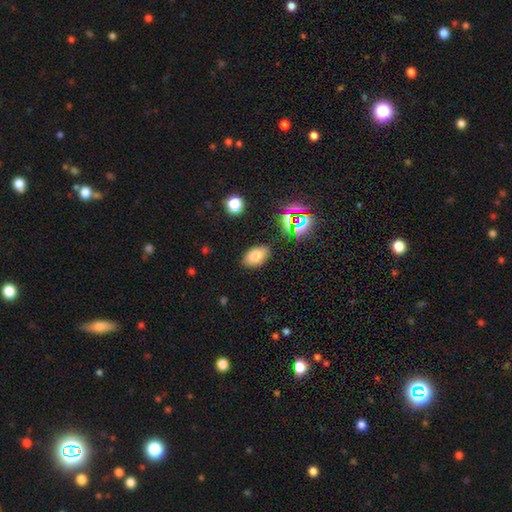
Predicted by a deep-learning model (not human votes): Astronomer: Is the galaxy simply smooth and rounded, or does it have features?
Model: smooth — 77%.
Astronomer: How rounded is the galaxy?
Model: in between — 92%.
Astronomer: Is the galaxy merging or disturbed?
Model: none — 84%.